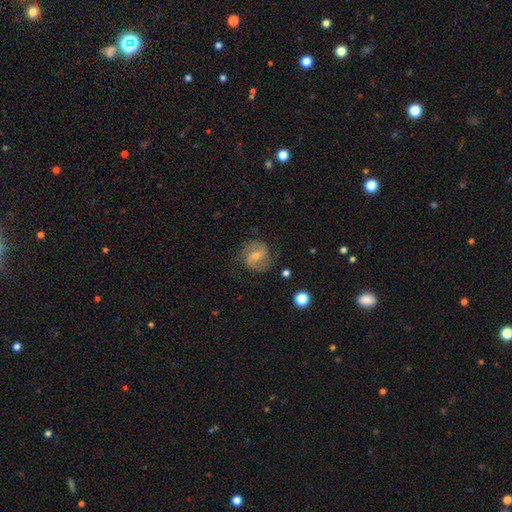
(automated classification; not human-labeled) The model was most divided on "bulge size": small: 48%, moderate: 47%, none: 3%, large: 2%, dominant: 1%. More confident: edge-on disk — no (98%); spiral arms — yes (96%); spiral arm count — 2 (91%); smooth or featured — featured or disk (84%); merging — none (83%); spiral winding — medium (52%); bar — weak (51%).